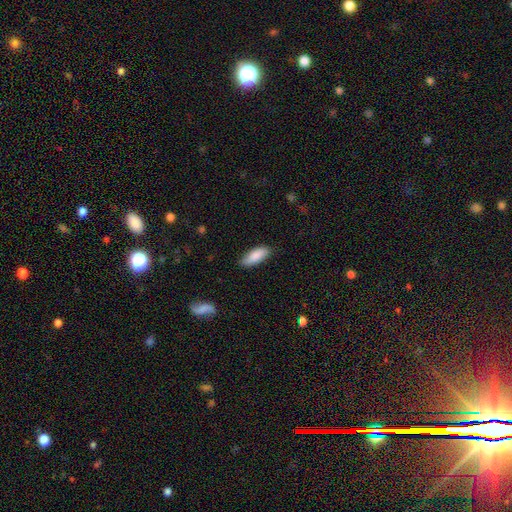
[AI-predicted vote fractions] Smooth or featured?
  - smooth: 87% *
  - featured or disk: 8%
  - star or artifact: 6%
How rounded?
  - in between: 74% *
  - cigar-shaped: 25%
  - round: 2%
Merging?
  - none: 82% *
  - minor disturbance: 14%
  - major disturbance: 2%
  - merger: 1%